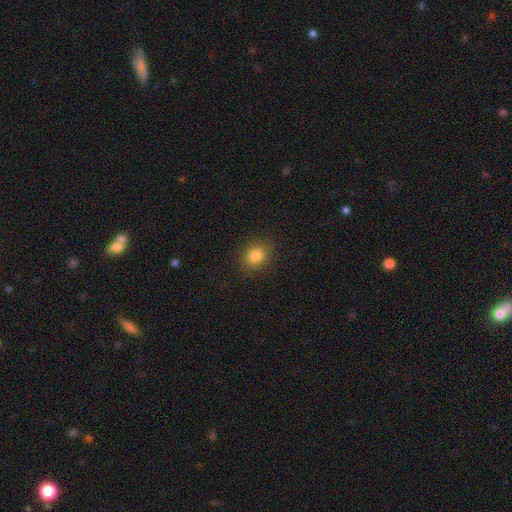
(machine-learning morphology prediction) Overall: smooth (83%). How rounded: round (59%; in between 40%). Merging: none (89%).